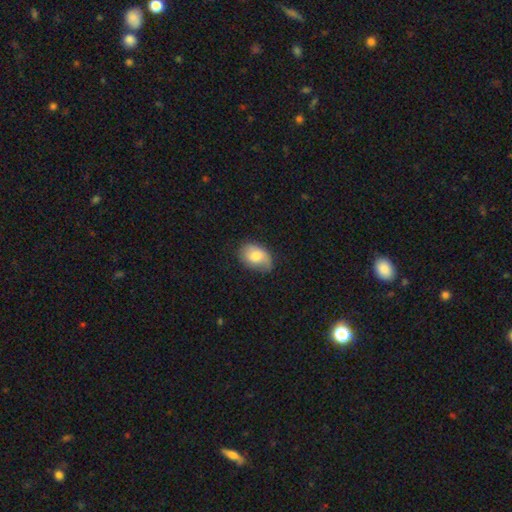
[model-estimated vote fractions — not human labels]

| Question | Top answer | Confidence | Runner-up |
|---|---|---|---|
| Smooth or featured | smooth | 71% | featured or disk (22%) |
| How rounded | in between | 85% | round (14%) |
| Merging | none | 59% | minor disturbance (31%) |